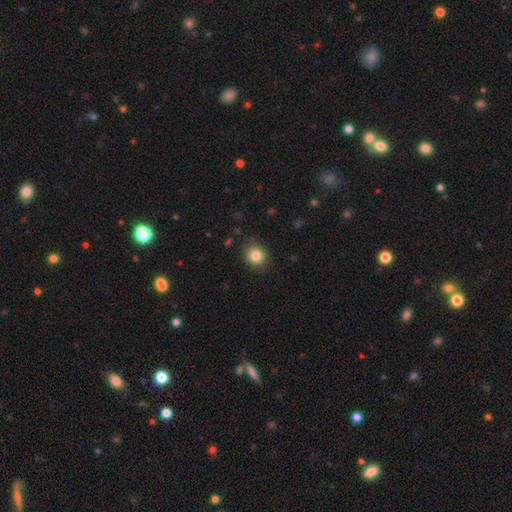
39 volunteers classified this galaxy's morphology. This is clearly a smooth galaxy (92%). How rounded: likely round (75%). Merging: clearly none (94%).